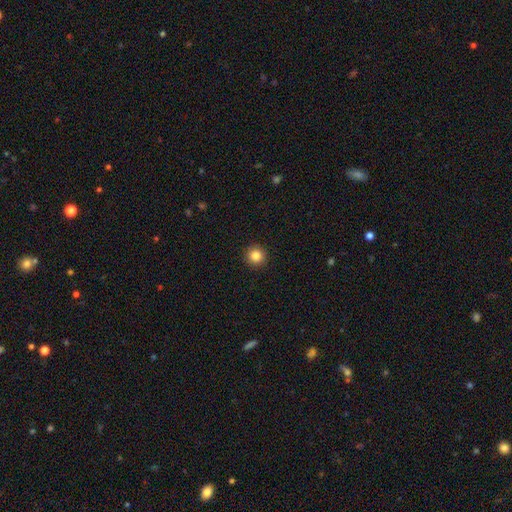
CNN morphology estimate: Overall: smooth (85%). How rounded: round (94%). Merging: none (93%).